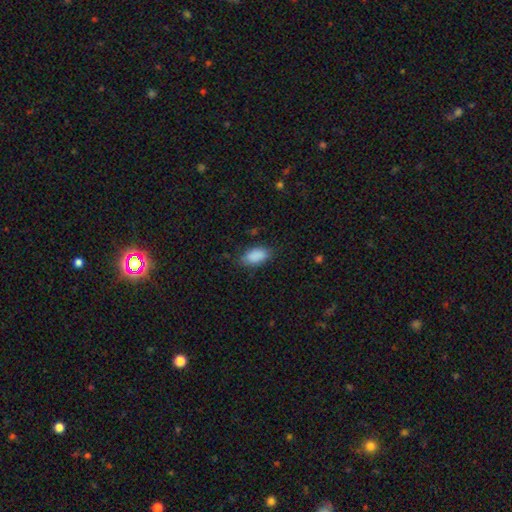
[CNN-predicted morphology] Overall: smooth (89%). How rounded: in between (92%). Merging: none (78%).